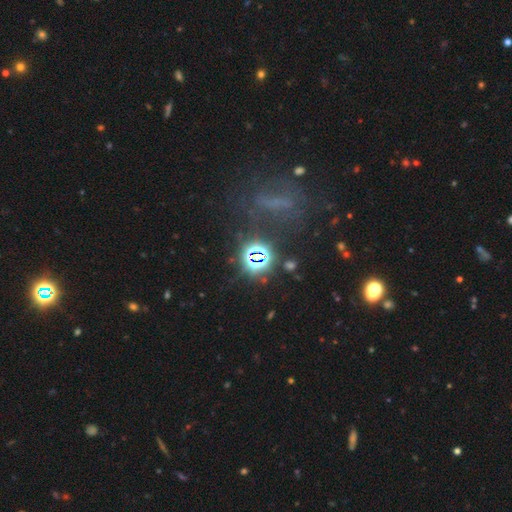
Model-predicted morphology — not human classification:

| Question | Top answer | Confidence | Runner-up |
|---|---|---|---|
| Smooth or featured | star or artifact | 75% | smooth (16%) |